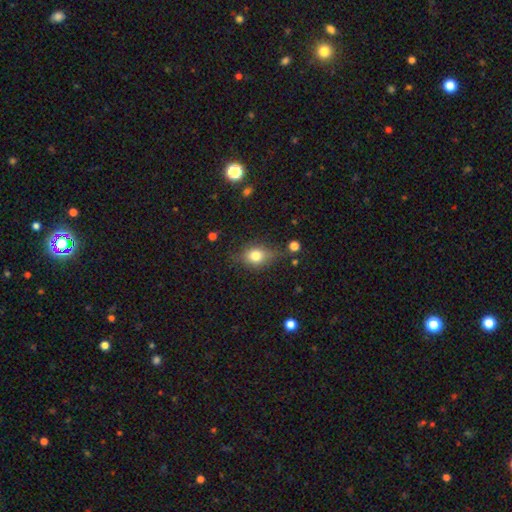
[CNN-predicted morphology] smooth 76%, featured or disk 13%, star or artifact 11%. Down the decision tree: how rounded — in between (59%); merging — none (68%).